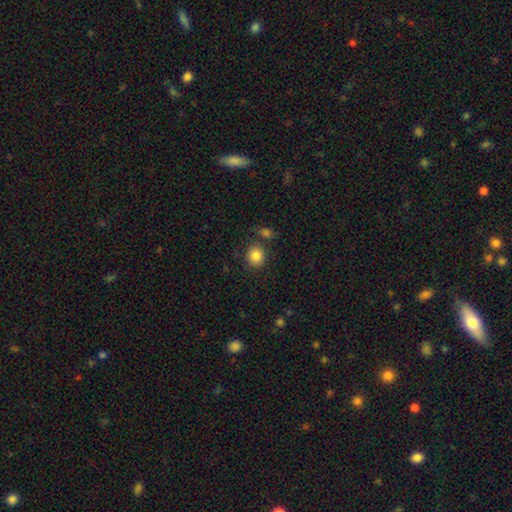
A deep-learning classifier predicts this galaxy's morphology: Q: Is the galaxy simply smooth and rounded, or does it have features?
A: smooth — 85%.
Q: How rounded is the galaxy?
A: round — 82%.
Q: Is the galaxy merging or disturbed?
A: none — 79%.